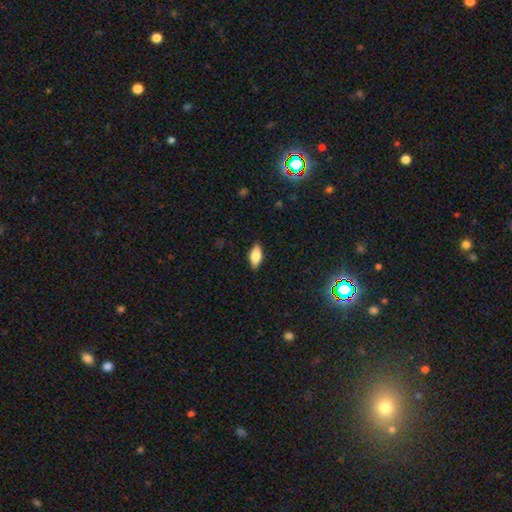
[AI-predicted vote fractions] A smooth galaxy with no disk features (74%) that is in between round and cigar-shaped (83%). Merging: none (88%).